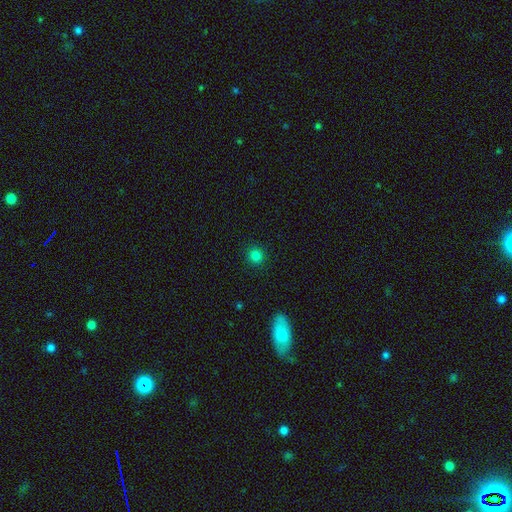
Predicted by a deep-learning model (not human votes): Smooth or featured? smooth (82%)
How rounded? round (92%)
Merging? none (92%)